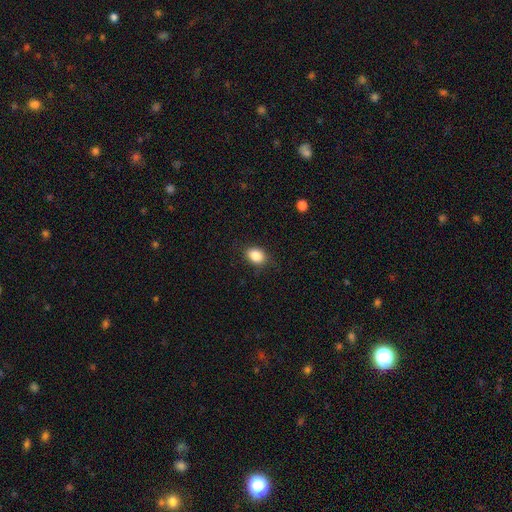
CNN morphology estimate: Q: Smooth or featured?
A: smooth (86%); runner-up: star or artifact (9%)
Q: How rounded?
A: in between (68%); runner-up: round (30%)
Q: Merging?
A: none (83%); runner-up: minor disturbance (13%)